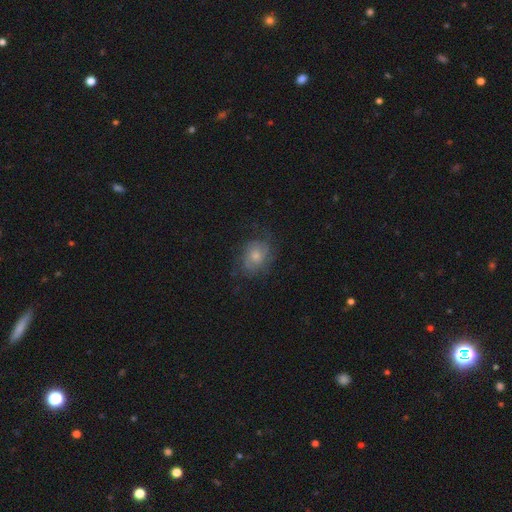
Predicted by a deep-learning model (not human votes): Smooth or featured: smooth — 47% (featured or disk — 44%)
Merging: none — 62% (minor disturbance — 23%)